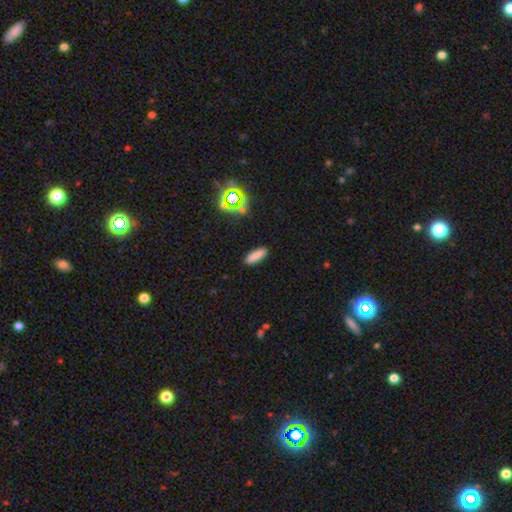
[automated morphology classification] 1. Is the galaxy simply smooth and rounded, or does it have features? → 82% smooth, 12% star or artifact, 6% featured or disk.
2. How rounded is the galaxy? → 54% cigar-shaped, 44% in between, 2% round.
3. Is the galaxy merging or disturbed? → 89% none, 7% minor disturbance, 2% major disturbance, 1% merger.